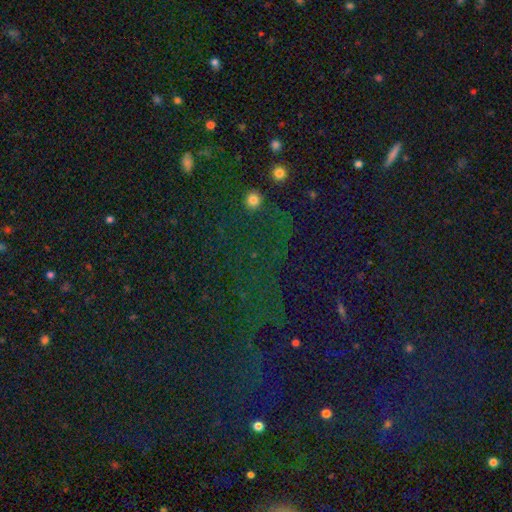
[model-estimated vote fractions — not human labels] The model was most divided on "smooth or featured": star or artifact: 76%, smooth: 16%, featured or disk: 8%.